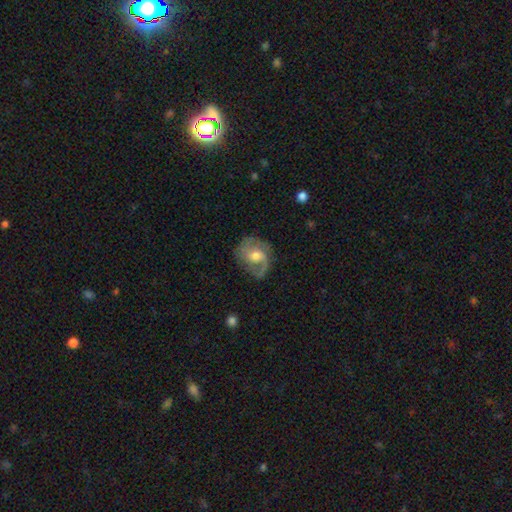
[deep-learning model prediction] The model was most divided on "bar": no: 57%, weak: 36%, strong: 7%. Remaining: edge-on disk — no (97%); spiral arms — yes (92%); smooth or featured — featured or disk (76%); spiral arm count — 2 (69%); merging — none (66%); bulge size — moderate (66%); spiral winding — medium (48%).